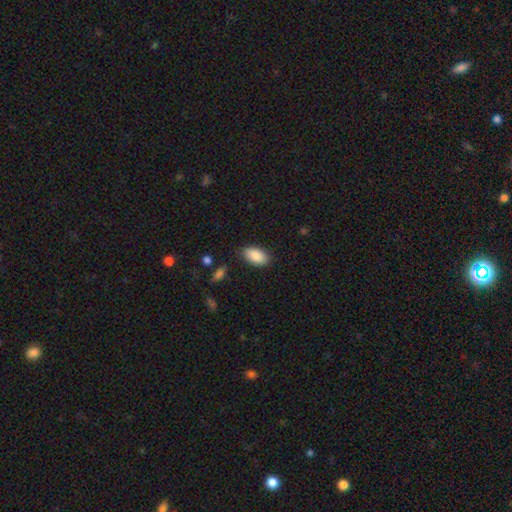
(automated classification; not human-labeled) This appears to be a smooth galaxy with no disk features (89%) that is in between round and cigar-shaped (93%). Merging: none (82%).